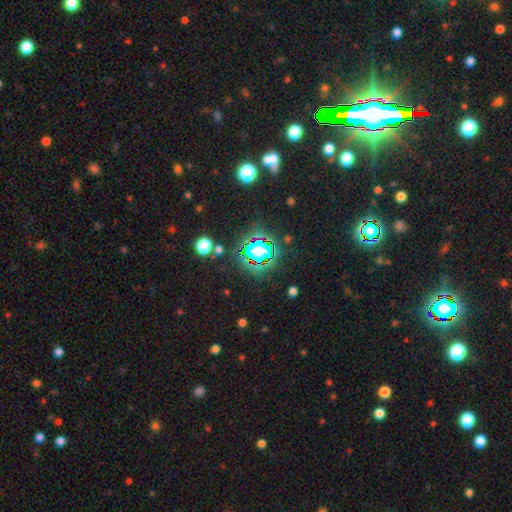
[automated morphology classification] star or artifact 77%, smooth 14%, featured or disk 9%.